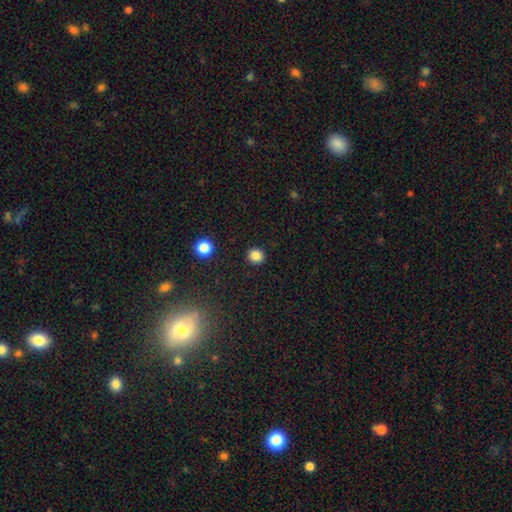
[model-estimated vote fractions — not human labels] Smooth or featured: smooth — 84% (star or artifact — 12%)
How rounded: round — 84% (in between — 15%)
Merging: none — 91% (minor disturbance — 6%)